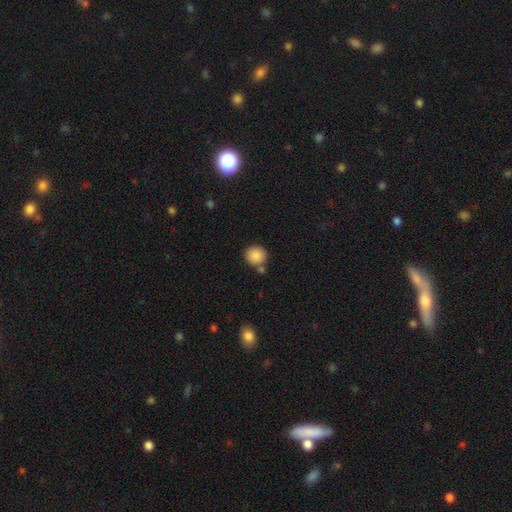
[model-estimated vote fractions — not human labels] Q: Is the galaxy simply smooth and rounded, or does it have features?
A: smooth — 87%.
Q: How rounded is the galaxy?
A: round — 91%.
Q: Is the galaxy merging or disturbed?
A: none — 71%.